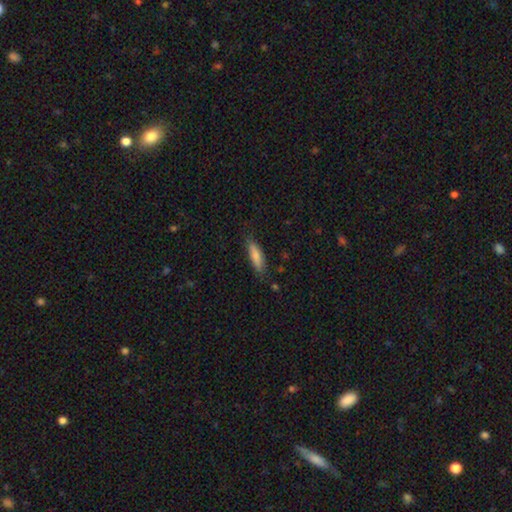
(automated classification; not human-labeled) This is clearly a smooth galaxy (80%). How rounded: possibly cigar-shaped (56%). Merging: likely none (77%).